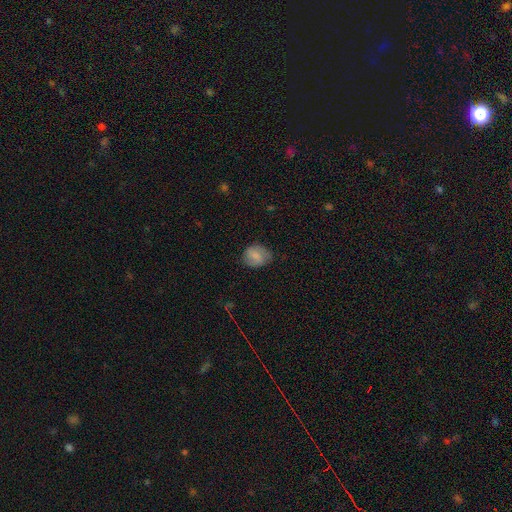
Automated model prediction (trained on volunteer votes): smooth_or_featured: smooth (p=0.73) [alt: featured or disk p=0.19]
how_rounded: round (p=0.52) [alt: in between p=0.47]
merging: none (p=0.68) [alt: minor disturbance p=0.24]